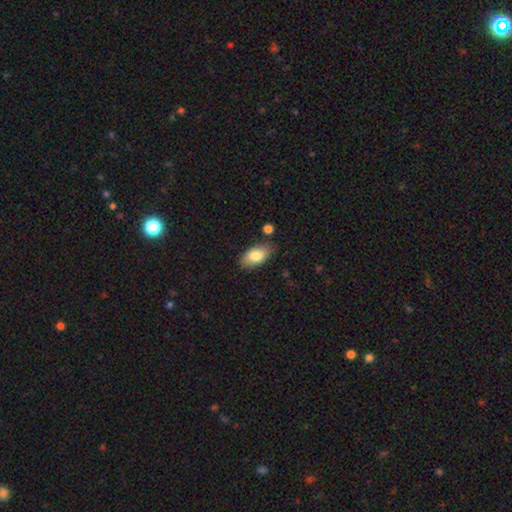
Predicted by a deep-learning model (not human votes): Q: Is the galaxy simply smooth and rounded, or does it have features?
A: smooth — 81%.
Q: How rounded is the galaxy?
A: in between — 93%.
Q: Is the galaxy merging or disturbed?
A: none — 79%.